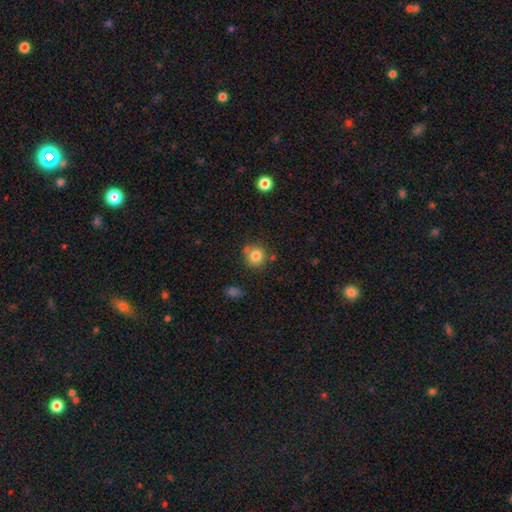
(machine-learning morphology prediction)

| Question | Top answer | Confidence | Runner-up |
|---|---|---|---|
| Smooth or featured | smooth | 82% | star or artifact (11%) |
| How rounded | round | 90% | in between (9%) |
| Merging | none | 74% | minor disturbance (12%) |